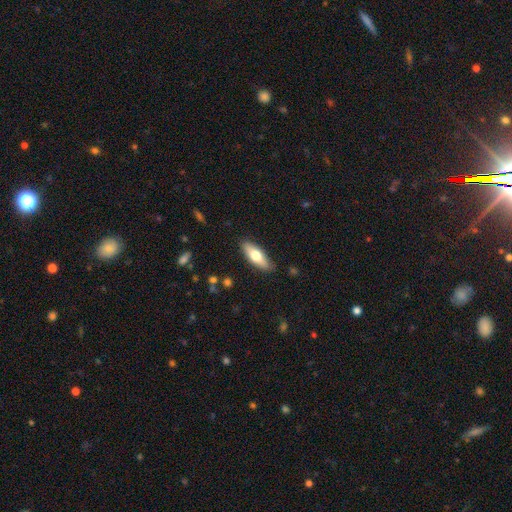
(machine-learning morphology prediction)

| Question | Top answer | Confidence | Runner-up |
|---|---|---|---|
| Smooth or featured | smooth | 65% | featured or disk (29%) |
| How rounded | in between | 65% | cigar-shaped (33%) |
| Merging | none | 86% | minor disturbance (11%) |